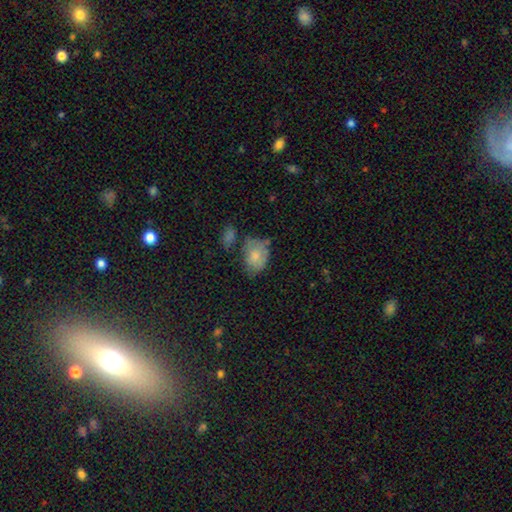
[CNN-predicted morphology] A smooth galaxy with no disk features (74%) that is in between round and cigar-shaped (73%).

Vote fractions:
- Smooth or featured? smooth: 74% / featured or disk: 19% / star or artifact: 7%
- How rounded? in between: 73% / round: 26% / cigar-shaped: 1%
- Merging? none: 42% / minor disturbance: 31% / major disturbance: 14% / merger: 14%